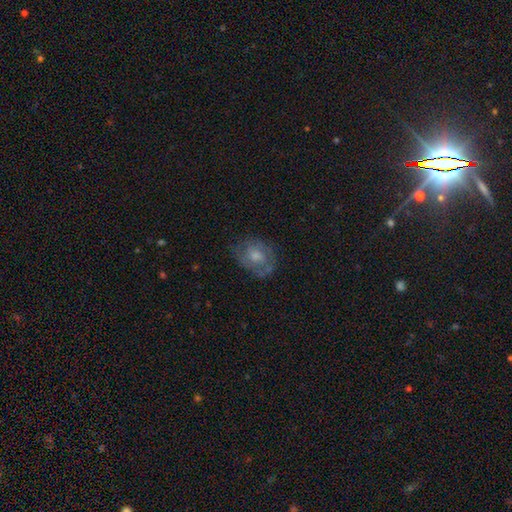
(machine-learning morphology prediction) Smooth or featured: featured or disk — 54% (smooth — 33%)
Edge-on disk: no — 96% (yes — 4%)
Bar: no — 77% (weak — 20%)
Spiral arms: yes — 68% (no — 32%)
Bulge size: moderate — 54% (small — 32%)
Merging: none — 69% (minor disturbance — 20%)